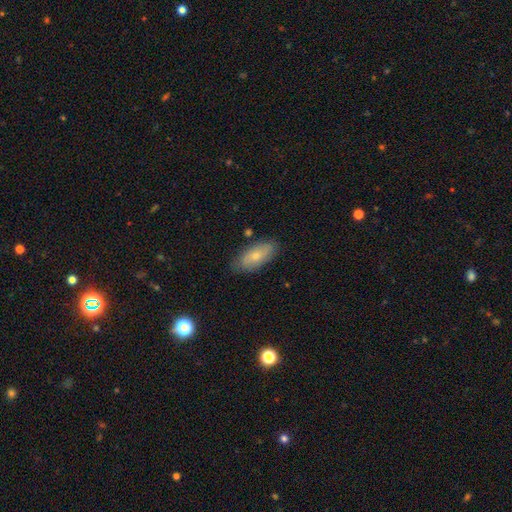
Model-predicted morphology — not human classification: This appears to be a smooth galaxy with no disk features (69%) that is in between round and cigar-shaped (88%). Merging: none (79%).